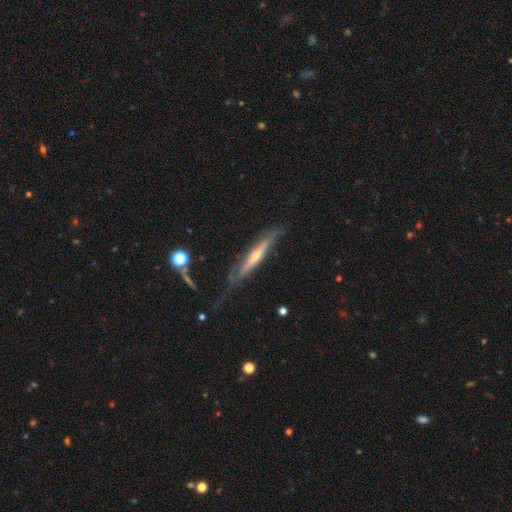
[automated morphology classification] Q: Smooth or featured?
A: featured or disk (72%); runner-up: smooth (21%)
Q: Edge-on disk?
A: yes (82%); runner-up: no (18%)
Q: Edge-on bulge?
A: rounded (67%); runner-up: none (28%)
Q: Merging?
A: none (53%); runner-up: minor disturbance (27%)